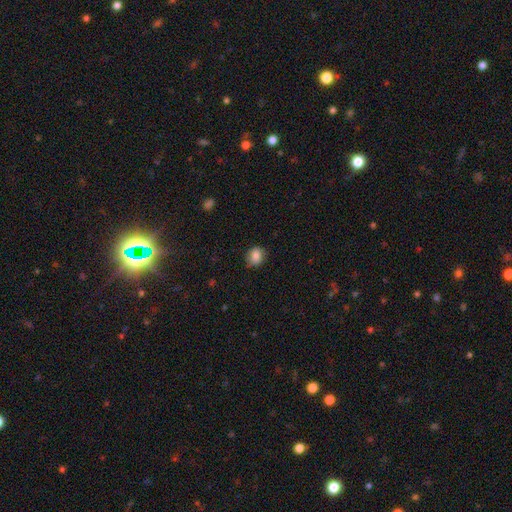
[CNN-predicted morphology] Smooth or featured? smooth (82%)
How rounded? round (69%)
Merging? none (81%)